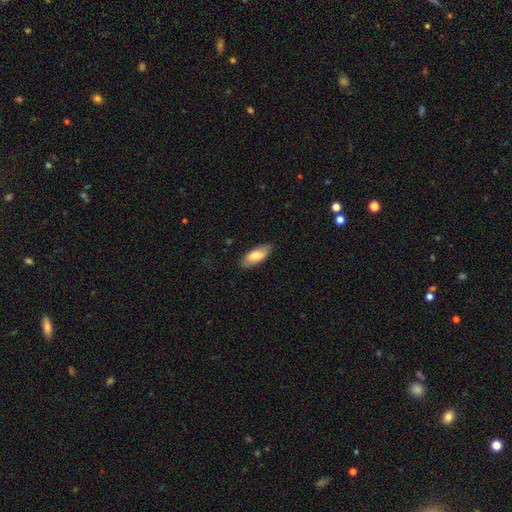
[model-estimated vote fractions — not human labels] smooth 77%, featured or disk 17%, star or artifact 6%. Down the decision tree: how rounded — in between (81%); merging — none (85%).